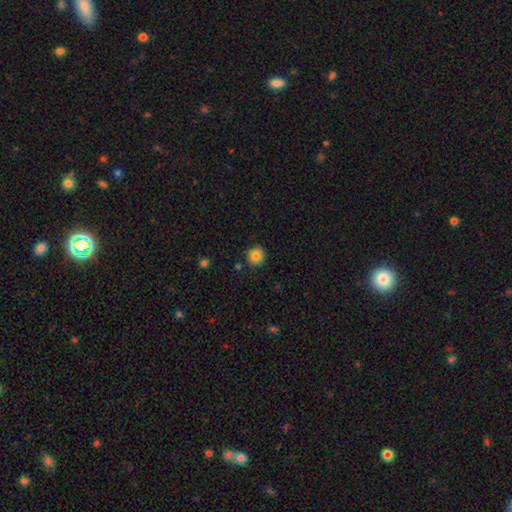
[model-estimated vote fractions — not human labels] Overall: smooth (83%). How rounded: round (94%). Merging: none (90%).